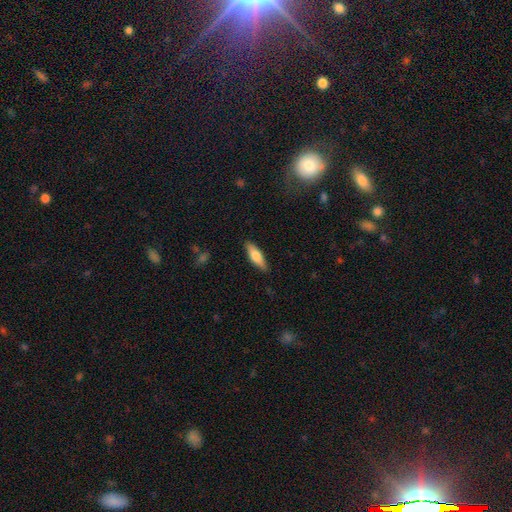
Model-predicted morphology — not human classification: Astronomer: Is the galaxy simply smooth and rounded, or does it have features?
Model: smooth — 69%.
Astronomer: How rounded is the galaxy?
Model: in between — 50% (runner-up: cigar-shaped, 48%).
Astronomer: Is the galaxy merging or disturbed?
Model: none — 87%.